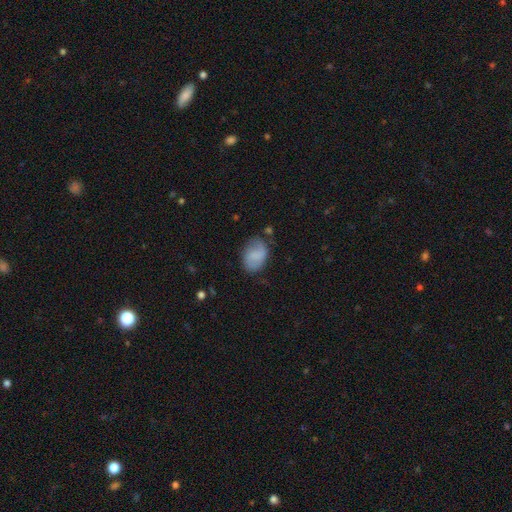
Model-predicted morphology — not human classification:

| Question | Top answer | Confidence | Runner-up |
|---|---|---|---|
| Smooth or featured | smooth | 74% | featured or disk (19%) |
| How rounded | in between | 80% | round (19%) |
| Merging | none | 66% | minor disturbance (24%) |